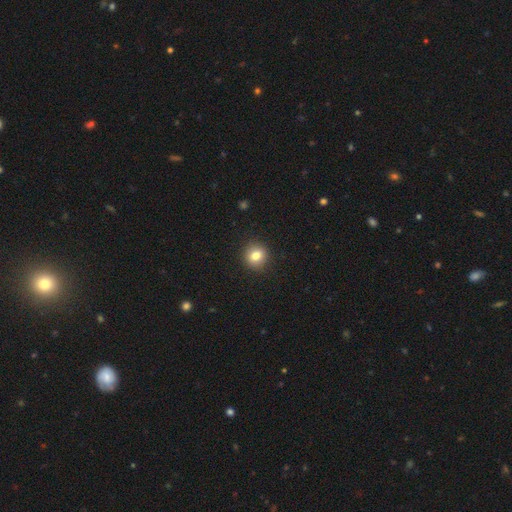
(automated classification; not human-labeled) Smooth or featured? smooth (81%)
How rounded? round (86%)
Merging? none (91%)